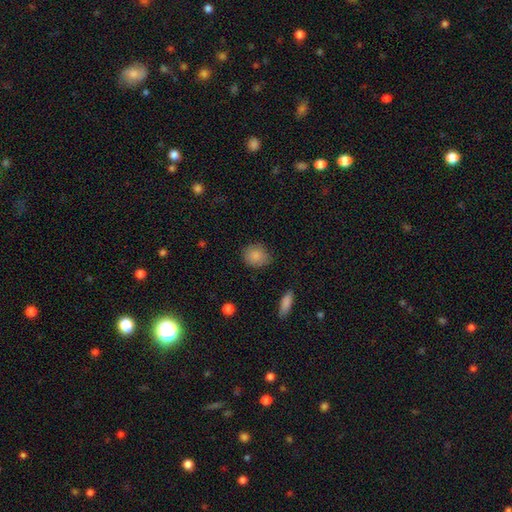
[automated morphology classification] smooth-or-featured: smooth: 86% | star or artifact: 8% | featured or disk: 6%
  how-rounded: round: 70% | in between: 29% | cigar-shaped: 1%
  merging: none: 79% | minor disturbance: 16% | major disturbance: 3% | merger: 1%